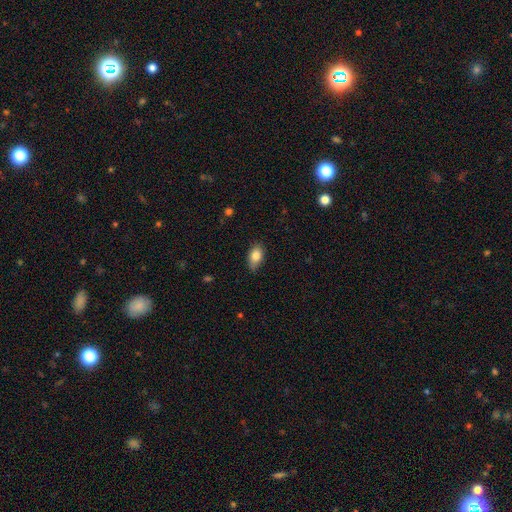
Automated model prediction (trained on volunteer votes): Smooth or featured?
  - smooth: 82% *
  - featured or disk: 11%
  - star or artifact: 7%
How rounded?
  - in between: 89% *
  - round: 8%
  - cigar-shaped: 3%
Merging?
  - none: 75% *
  - minor disturbance: 21%
  - major disturbance: 3%
  - merger: 1%